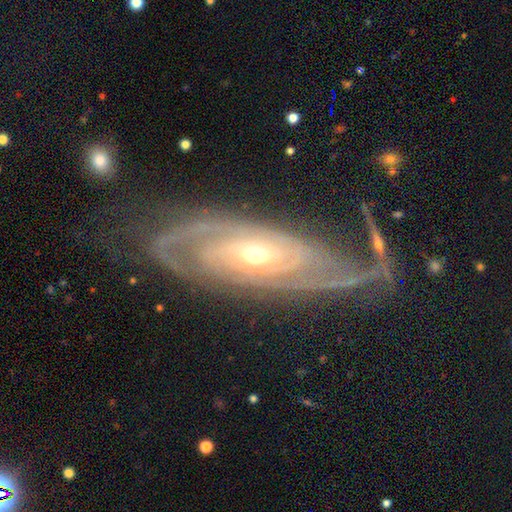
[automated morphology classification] Overall: featured or disk (89%). Edge-on disk: no (91%). Bar: no (54%; weak 31%). Spiral arms: yes (97%). Spiral arm count: 2 (54%; can't tell 18%). Spiral winding: tight (61%; medium 29%). Bulge size: moderate (50%; small 45%). Merging: none (65%).